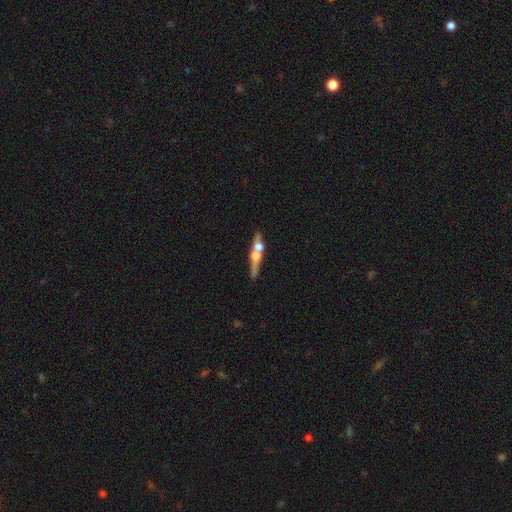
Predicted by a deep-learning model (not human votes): The model was most divided on "merging": none: 48%, merger: 34%, minor disturbance: 12%, major disturbance: 7%. More confident: edge-on bulge — rounded (87%); edge-on disk — yes (85%); smooth or featured — featured or disk (62%).